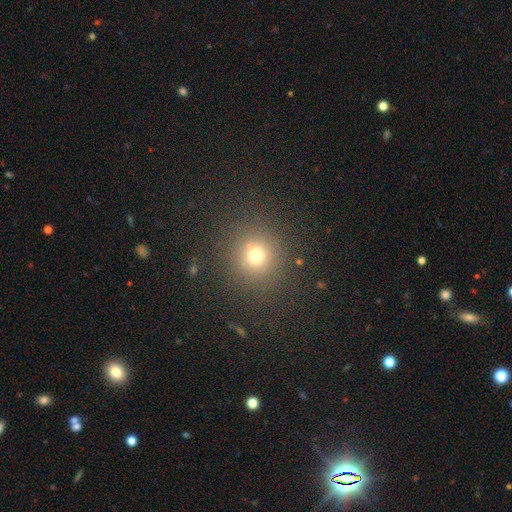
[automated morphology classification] Smooth or featured? Predicted: smooth (p=0.72). How rounded? Predicted: round (p=0.91). Merging? Predicted: none (p=0.86).